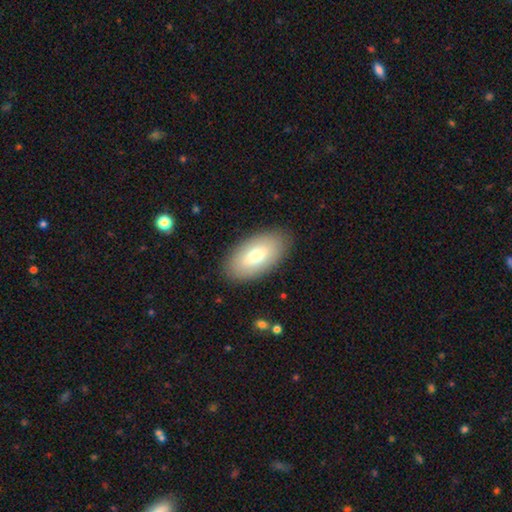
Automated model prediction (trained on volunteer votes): A smooth galaxy with no disk features (69%) that is in between round and cigar-shaped (94%).

Vote fractions:
- Smooth or featured? smooth: 69% / featured or disk: 24% / star or artifact: 7%
- How rounded? in between: 94% / round: 3% / cigar-shaped: 3%
- Merging? none: 88% / minor disturbance: 9% / major disturbance: 3% / merger: 1%